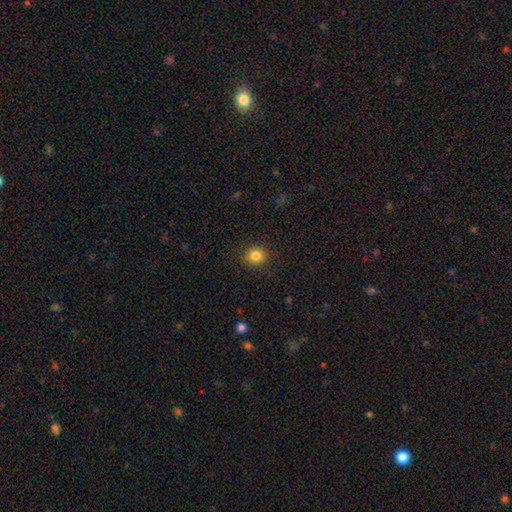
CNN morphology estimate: A smooth galaxy with no disk features (84%) that is round (87%).

Vote fractions:
- Smooth or featured? smooth: 84% / star or artifact: 11% / featured or disk: 5%
- How rounded? round: 87% / in between: 12% / cigar-shaped: 1%
- Merging? none: 90% / minor disturbance: 6% / major disturbance: 2% / merger: 1%